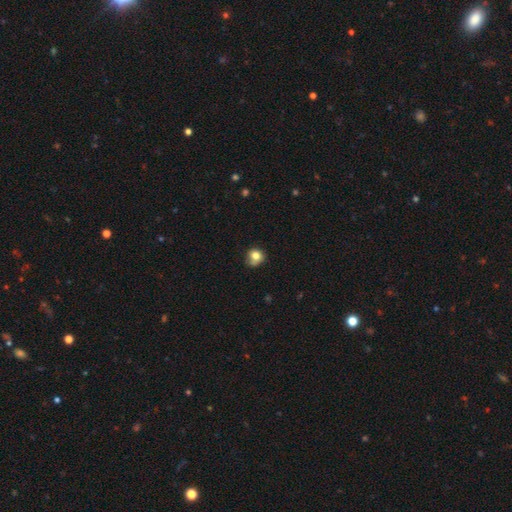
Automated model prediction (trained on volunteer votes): A smooth galaxy with no disk features (77%) that is round (77%). Merging: none (56%).